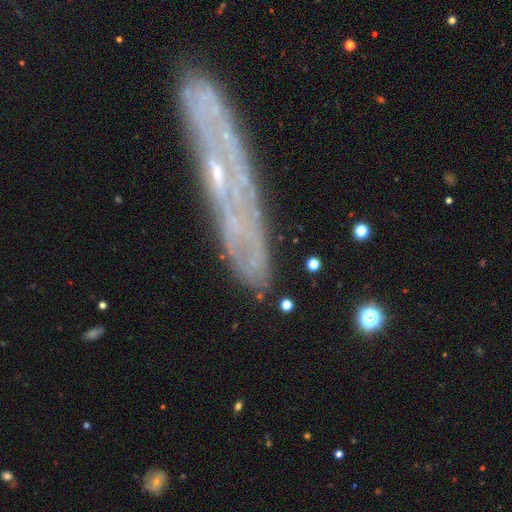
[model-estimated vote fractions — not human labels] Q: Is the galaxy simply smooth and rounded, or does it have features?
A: featured or disk — 59%.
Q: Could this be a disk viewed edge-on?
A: no — 61%.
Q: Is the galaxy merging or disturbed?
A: none — 73%.